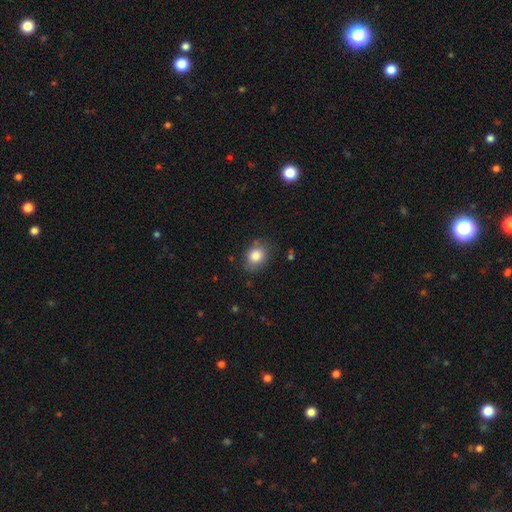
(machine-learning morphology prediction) Overall: smooth (83%). How rounded: in between (52%; round 47%). Merging: none (78%).